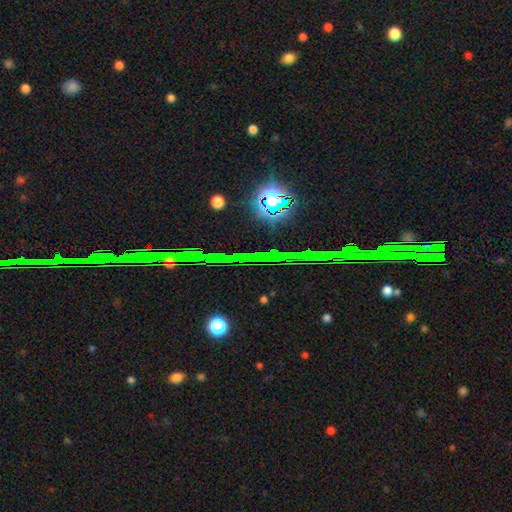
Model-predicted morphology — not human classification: Smooth or featured: star or artifact — 84% (featured or disk — 9%)